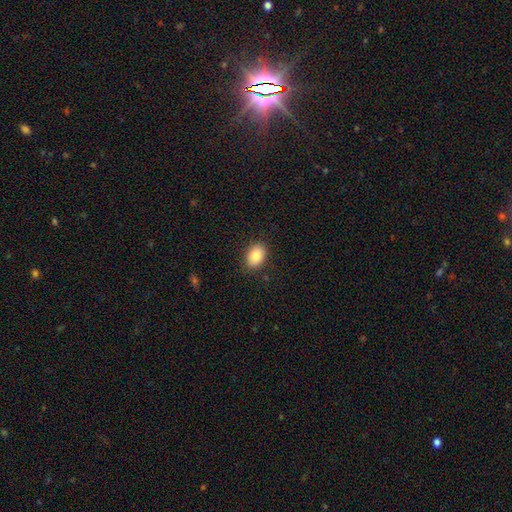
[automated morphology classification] type=smooth (86%); roundness=in between (80%); merging=none (88%).